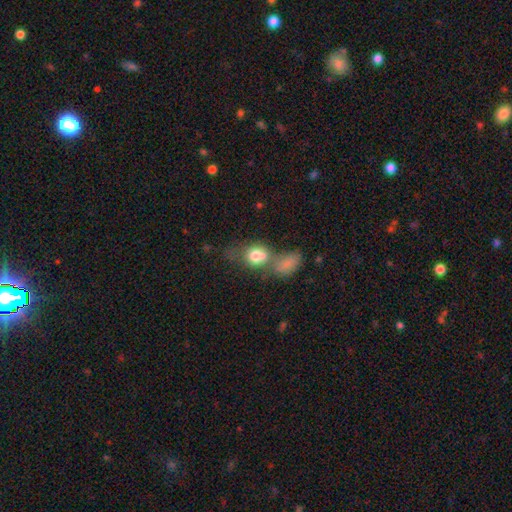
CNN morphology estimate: smooth_or_featured: smooth (p=0.74) [alt: featured or disk p=0.16]
how_rounded: in between (p=0.52) [alt: round p=0.45]
merging: merger (p=0.52) [alt: none p=0.25]